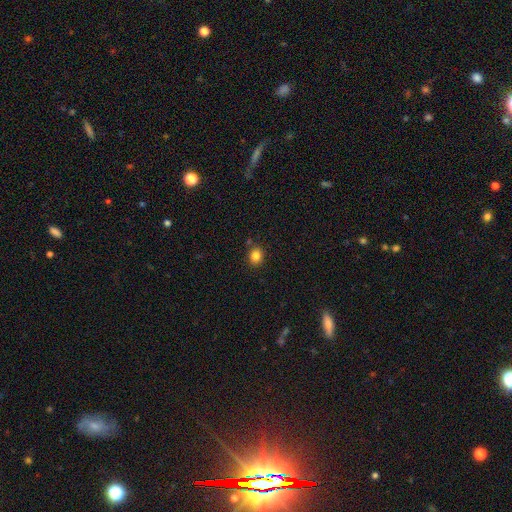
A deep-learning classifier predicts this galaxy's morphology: Overall: smooth (83%). How rounded: round (68%; in between 32%). Merging: none (84%).